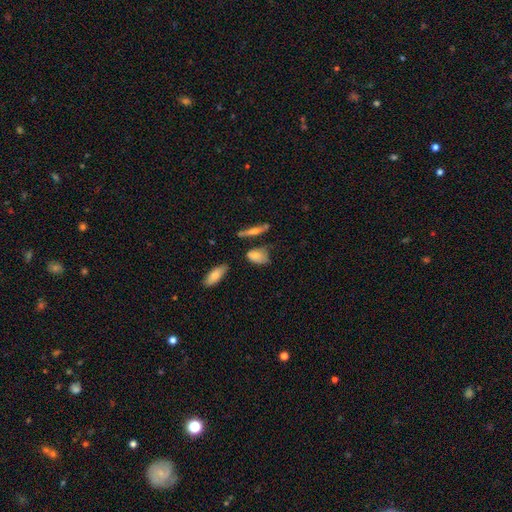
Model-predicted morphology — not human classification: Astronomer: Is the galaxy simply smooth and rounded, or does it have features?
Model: smooth — 75%.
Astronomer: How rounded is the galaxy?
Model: in between — 80%.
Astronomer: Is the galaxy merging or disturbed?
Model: none — 57%.